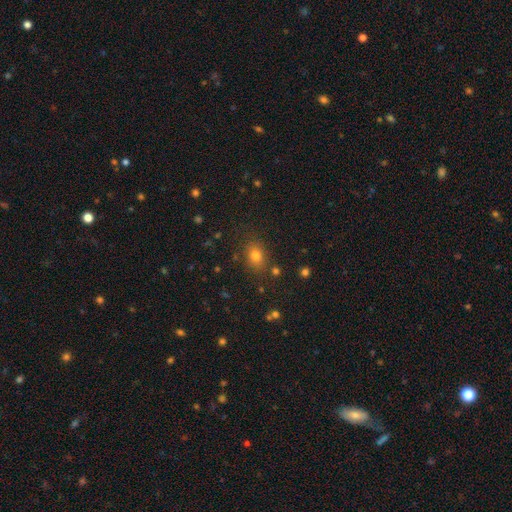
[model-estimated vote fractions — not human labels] smooth-or-featured: smooth: 75% | star or artifact: 17% | featured or disk: 8%
  how-rounded: in between: 59% | round: 40% | cigar-shaped: 1%
  merging: none: 81% | minor disturbance: 12% | major disturbance: 4% | merger: 4%